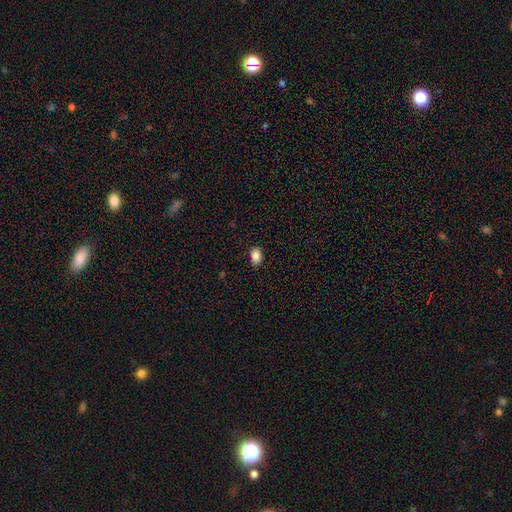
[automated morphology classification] smooth_or_featured: smooth (p=0.88) [alt: star or artifact p=0.08]
how_rounded: in between (p=0.87) [alt: round p=0.11]
merging: none (p=0.88) [alt: minor disturbance p=0.09]